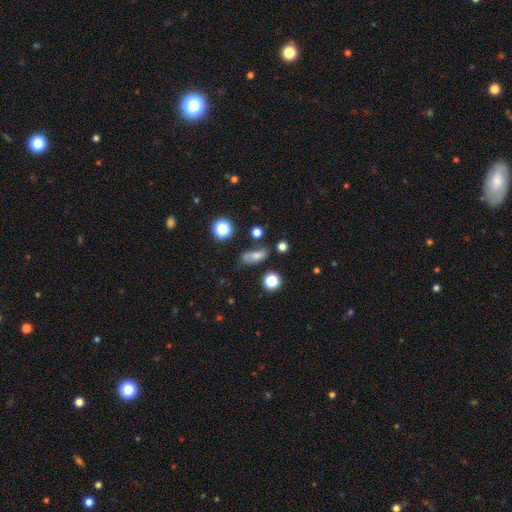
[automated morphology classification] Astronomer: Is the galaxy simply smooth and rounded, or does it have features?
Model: smooth — 69%.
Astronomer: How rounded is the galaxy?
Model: in between — 67%.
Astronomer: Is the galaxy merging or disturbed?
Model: none — 65%.